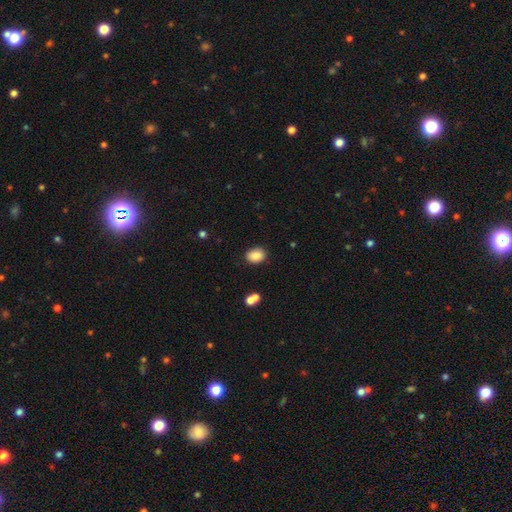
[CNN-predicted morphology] Smooth or featured?
  - smooth: 88% *
  - star or artifact: 8%
  - featured or disk: 4%
How rounded?
  - in between: 73% *
  - round: 26%
  - cigar-shaped: 1%
Merging?
  - none: 85% *
  - minor disturbance: 10%
  - major disturbance: 3%
  - merger: 2%